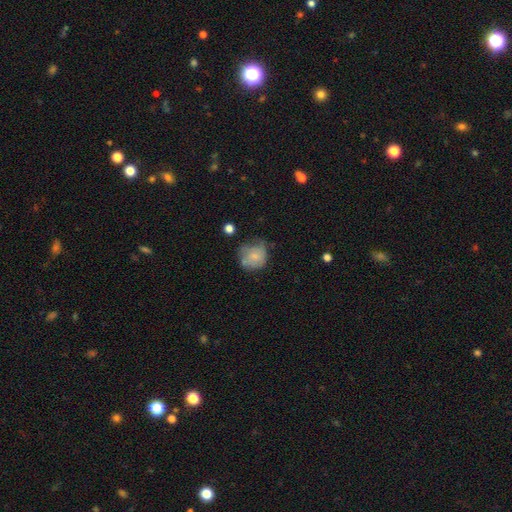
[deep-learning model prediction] The model was most divided on "merging": none: 44%, minor disturbance: 34%, major disturbance: 18%, merger: 4%. More confident: how rounded — round (75%); smooth or featured — smooth (60%).